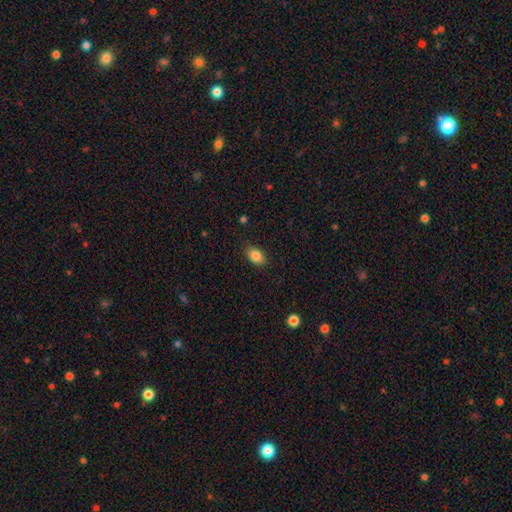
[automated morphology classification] Smooth or featured? Predicted: smooth (p=0.86). How rounded? Predicted: in between (p=0.87). Merging? Predicted: none (p=0.85).